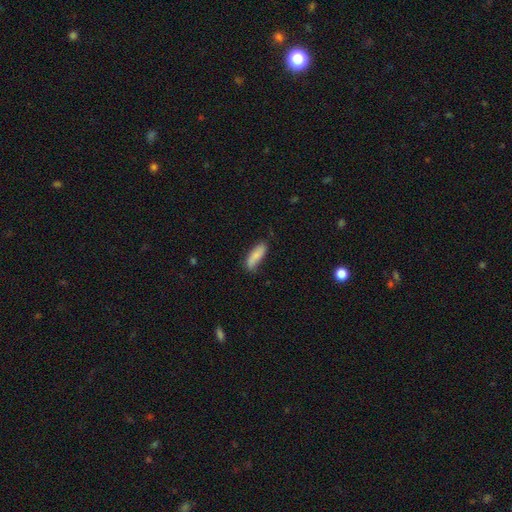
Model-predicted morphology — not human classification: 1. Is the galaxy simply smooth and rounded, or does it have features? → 79% smooth, 15% featured or disk, 6% star or artifact.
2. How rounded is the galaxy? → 56% in between, 42% cigar-shaped, 2% round.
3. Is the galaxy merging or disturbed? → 67% none, 25% minor disturbance, 5% major disturbance, 3% merger.